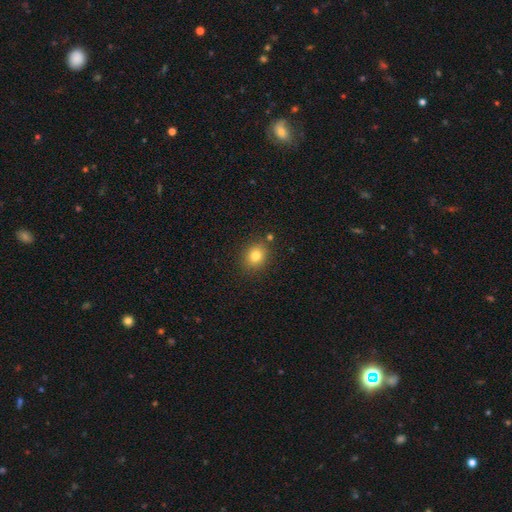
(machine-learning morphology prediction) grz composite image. It shows a smooth galaxy with no disk features (80%) that is round (66%). Merging: none (84%).